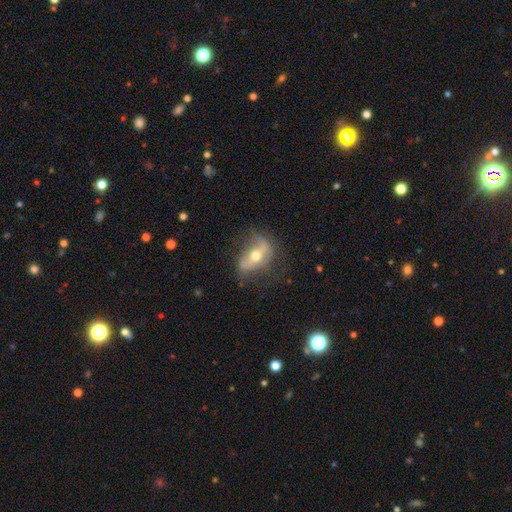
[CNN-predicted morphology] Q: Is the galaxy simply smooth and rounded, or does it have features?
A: featured or disk — 71%.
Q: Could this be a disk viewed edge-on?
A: no — 87%.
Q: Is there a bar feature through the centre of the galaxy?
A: strong — 44%.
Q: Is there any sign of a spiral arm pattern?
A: yes — 72%.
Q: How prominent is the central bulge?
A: moderate — 69%.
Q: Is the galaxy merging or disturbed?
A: none — 57%.